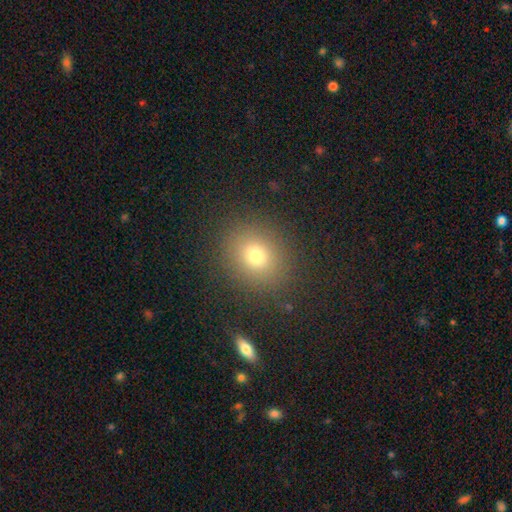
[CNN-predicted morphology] Smooth or featured? smooth (74%)
How rounded? round (75%)
Merging? none (87%)